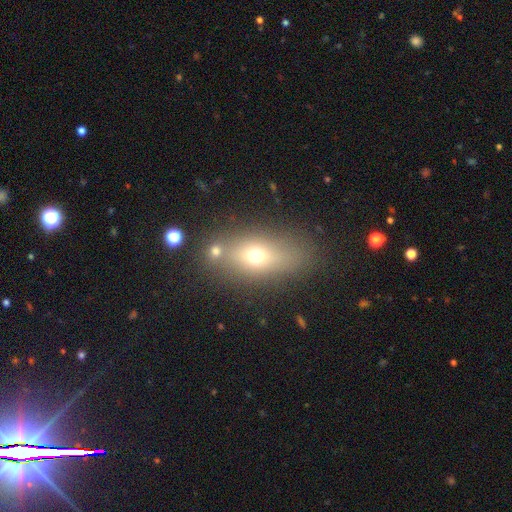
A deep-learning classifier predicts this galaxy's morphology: This is likely a smooth galaxy (63%). How rounded: likely in between (71%). Merging: likely none (68%).